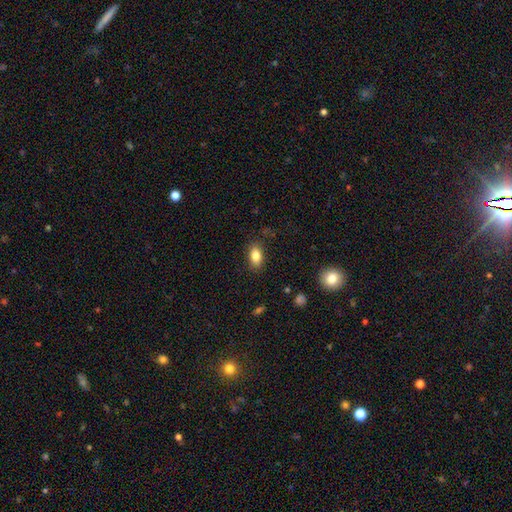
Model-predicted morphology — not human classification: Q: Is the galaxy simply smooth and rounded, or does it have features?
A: smooth — 84%.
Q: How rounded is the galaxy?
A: in between — 88%.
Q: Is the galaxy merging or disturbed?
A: none — 85%.